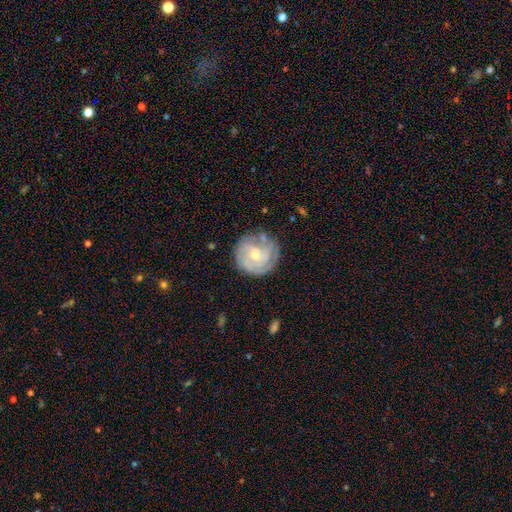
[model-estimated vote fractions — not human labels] Smooth or featured? Predicted: featured or disk (p=0.68). Edge-on disk? Predicted: no (p=0.98). Bar? Predicted: no (p=0.68). Spiral arms? Predicted: yes (p=0.82). Spiral winding? Predicted: tight (p=0.64). Spiral arm count? Predicted: can't tell (p=0.48). Bulge size? Predicted: small (p=0.53). Merging? Predicted: none (p=0.74).